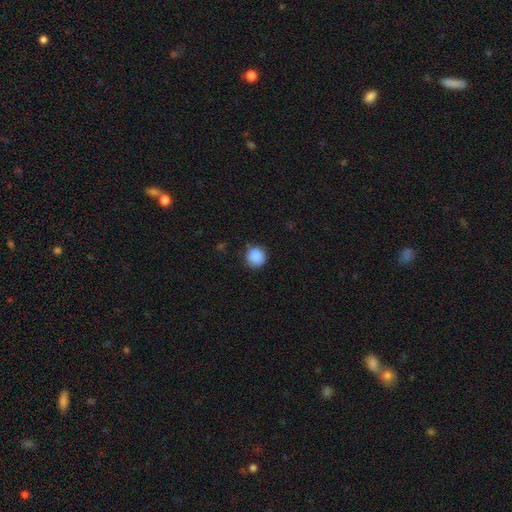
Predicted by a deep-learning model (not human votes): Smooth or featured: smooth — 88% (star or artifact — 9%)
How rounded: round — 93% (in between — 7%)
Merging: none — 81% (minor disturbance — 14%)